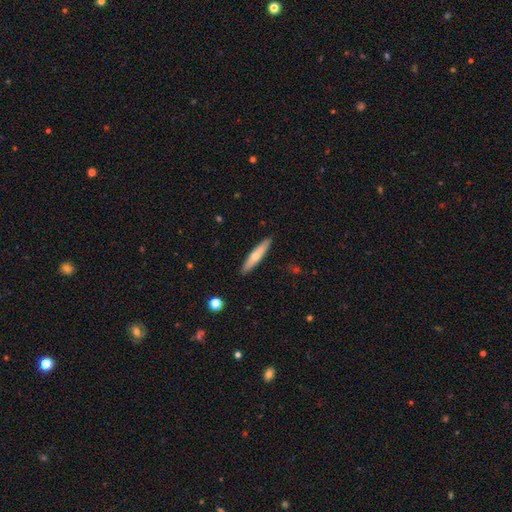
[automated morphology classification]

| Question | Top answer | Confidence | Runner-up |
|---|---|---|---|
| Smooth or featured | smooth | 56% | featured or disk (38%) |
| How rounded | cigar-shaped | 88% | in between (10%) |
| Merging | none | 90% | minor disturbance (7%) |